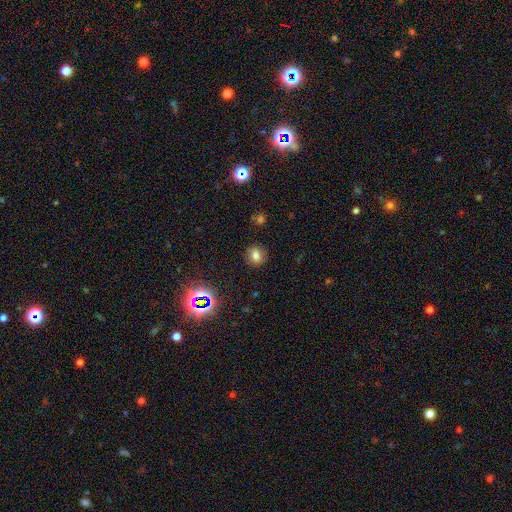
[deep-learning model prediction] smooth-or-featured: smooth: 73% | star or artifact: 18% | featured or disk: 10%
  how-rounded: round: 65% | in between: 34% | cigar-shaped: 1%
  merging: none: 87% | minor disturbance: 9% | major disturbance: 3% | merger: 1%